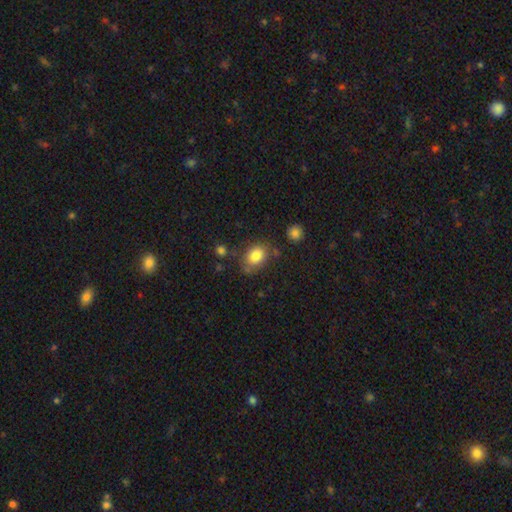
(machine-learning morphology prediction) This is clearly a smooth galaxy (83%). How rounded: likely in between (69%). Merging: likely none (67%).